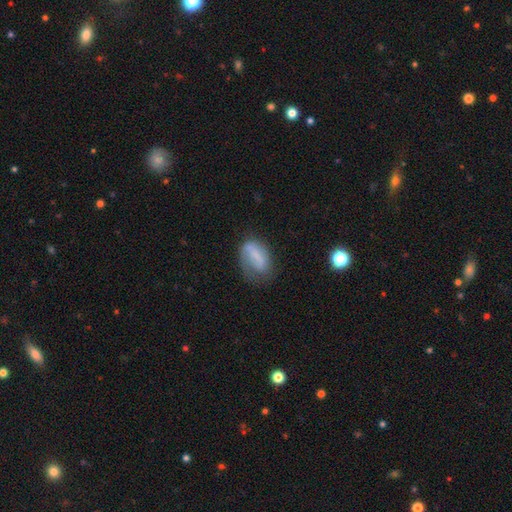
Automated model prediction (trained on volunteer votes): smooth 58%, featured or disk 33%, star or artifact 9%. Down the decision tree: how rounded — in between (84%); merging — none (44%).